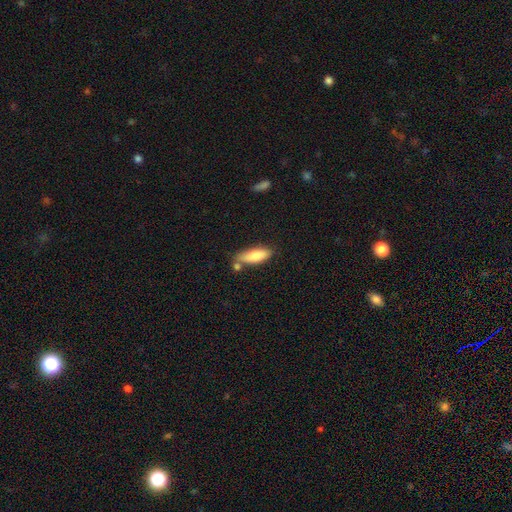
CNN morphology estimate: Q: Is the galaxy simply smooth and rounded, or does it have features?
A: smooth — 79%.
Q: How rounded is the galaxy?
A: in between — 63%.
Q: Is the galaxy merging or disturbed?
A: none — 60%.